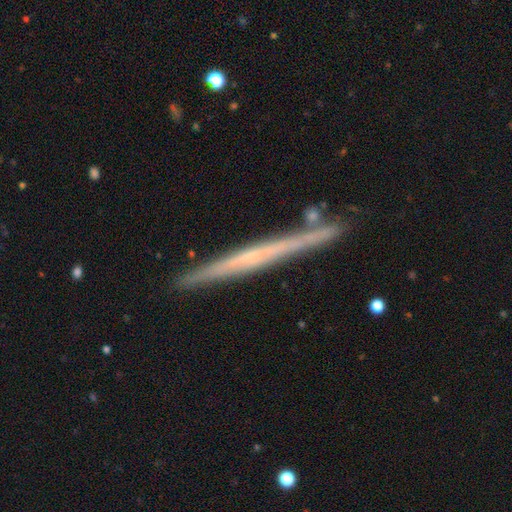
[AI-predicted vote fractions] This appears to be a featured or disk galaxy (68%) viewed edge-on (97%) with no central bulge (77%). Merging: none (86%).